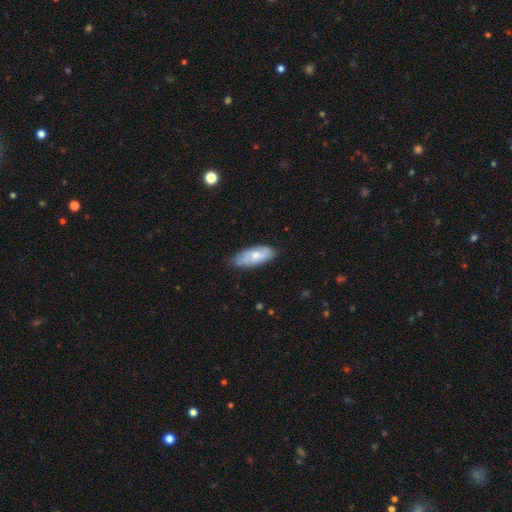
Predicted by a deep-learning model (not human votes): smooth 59%, featured or disk 35%, star or artifact 6%. Down the decision tree: how rounded — in between (80%); merging — none (64%).